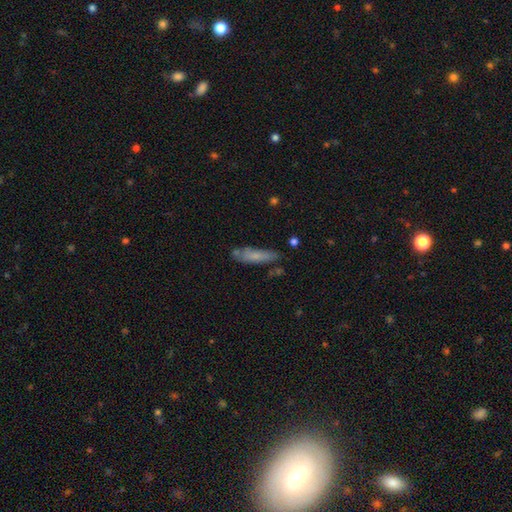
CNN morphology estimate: Smooth or featured?
  - smooth: 72% *
  - featured or disk: 21%
  - star or artifact: 7%
How rounded?
  - cigar-shaped: 67% *
  - in between: 31%
  - round: 2%
Merging?
  - none: 64% *
  - minor disturbance: 23%
  - merger: 7%
  - major disturbance: 6%